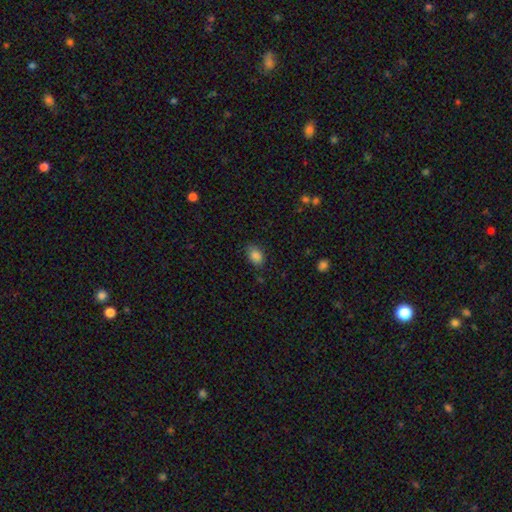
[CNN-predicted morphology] This is clearly a smooth galaxy (86%). How rounded: clearly in between (82%). Merging: likely none (77%).